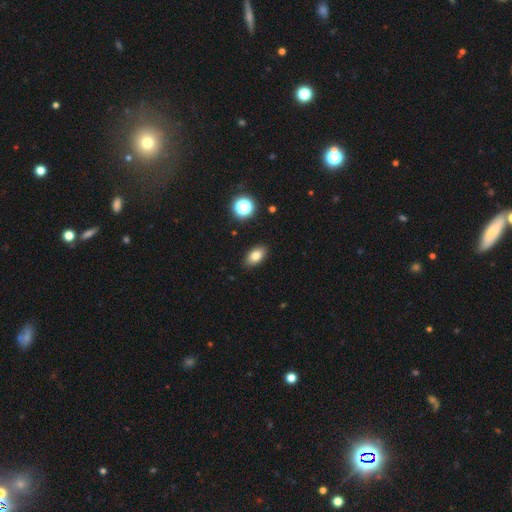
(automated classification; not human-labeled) Smooth or featured? Predicted: smooth (p=0.81). How rounded? Predicted: in between (p=0.89). Merging? Predicted: none (p=0.89).